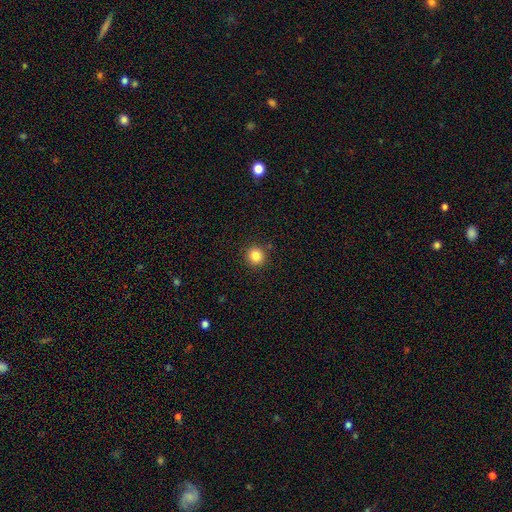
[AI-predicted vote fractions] smooth_or_featured: smooth (p=0.84) [alt: star or artifact p=0.11]
how_rounded: round (p=0.93) [alt: in between p=0.06]
merging: none (p=0.91) [alt: minor disturbance p=0.06]